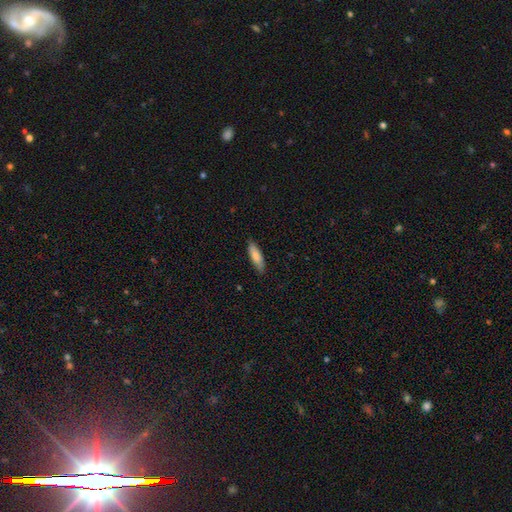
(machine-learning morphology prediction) smooth_or_featured: smooth (p=0.79) [alt: featured or disk p=0.16]
how_rounded: cigar-shaped (p=0.54) [alt: in between p=0.45]
merging: none (p=0.82) [alt: minor disturbance p=0.14]